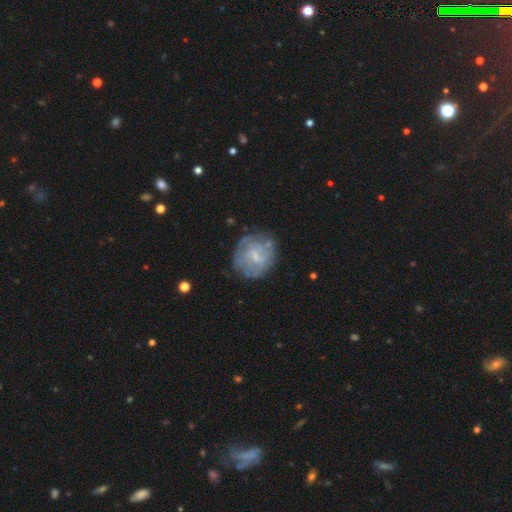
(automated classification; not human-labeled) featured or disk 63%, smooth 30%, star or artifact 7%. Down the decision tree: edge-on disk — no (98%); bar — weak (51%); spiral arms — yes (65%); bulge size — small (56%); merging — none (69%).